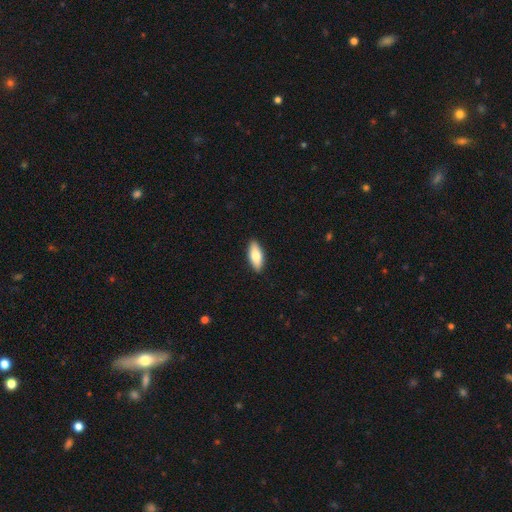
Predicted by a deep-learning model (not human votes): Smooth or featured? smooth (78%)
How rounded? in between (77%)
Merging? none (90%)